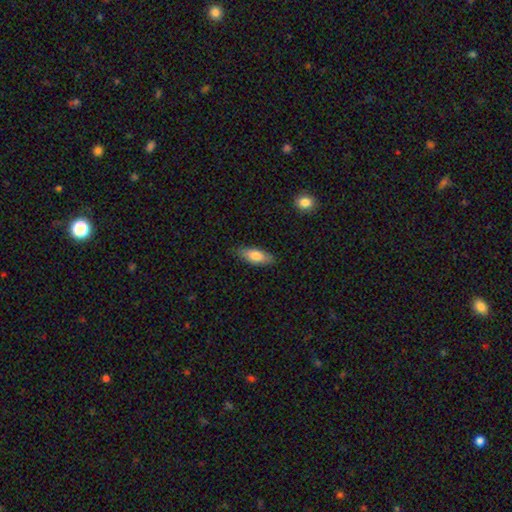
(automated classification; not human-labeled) Q: Smooth or featured?
A: smooth (77%); runner-up: featured or disk (17%)
Q: How rounded?
A: in between (71%); runner-up: cigar-shaped (27%)
Q: Merging?
A: none (85%); runner-up: minor disturbance (11%)